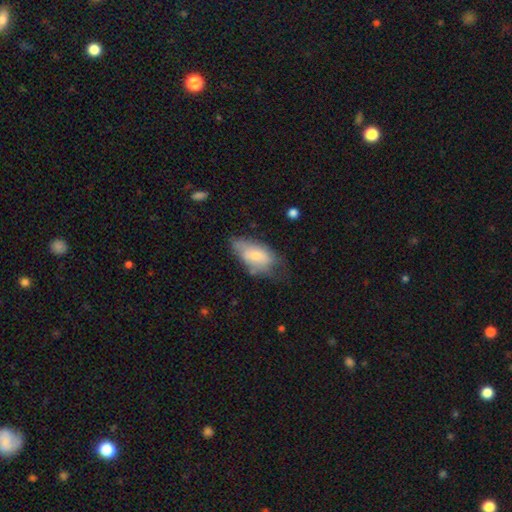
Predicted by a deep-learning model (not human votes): Q: Smooth or featured?
A: smooth (66%); runner-up: featured or disk (27%)
Q: How rounded?
A: in between (91%); runner-up: cigar-shaped (5%)
Q: Merging?
A: none (41%); runner-up: minor disturbance (37%)